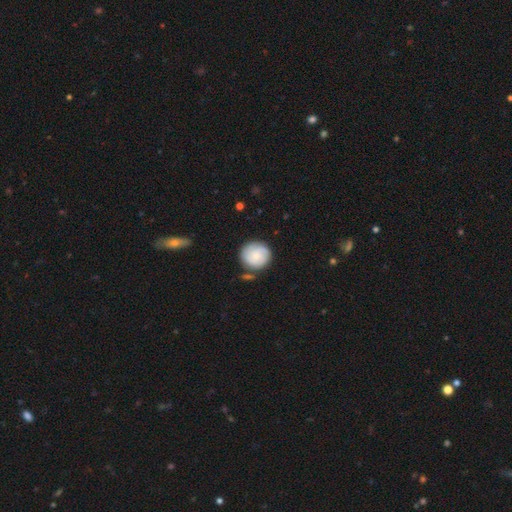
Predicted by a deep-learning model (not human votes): This is likely a smooth galaxy (61%). How rounded: clearly round (90%). Merging: likely none (74%).